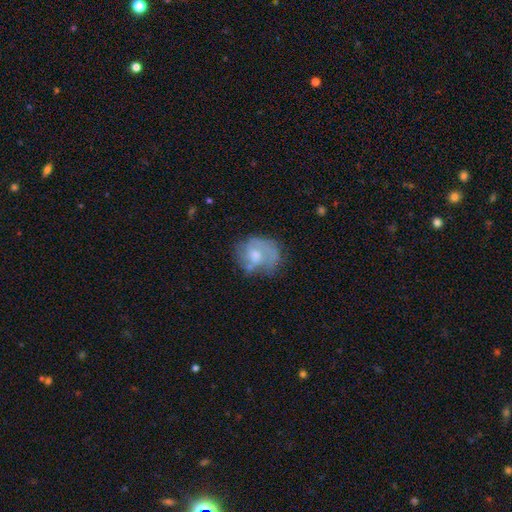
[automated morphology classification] Smooth or featured: featured or disk — 56% (smooth — 35%)
Edge-on disk: no — 97% (yes — 3%)
Bar: no — 66% (weak — 30%)
Spiral arms: yes — 65% (no — 35%)
Bulge size: moderate — 53% (small — 31%)
Merging: none — 53% (minor disturbance — 26%)